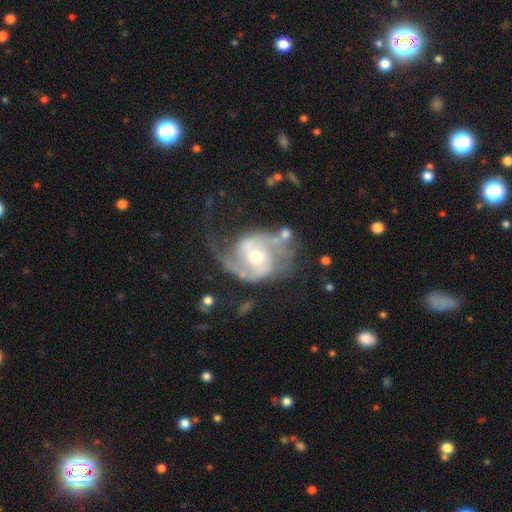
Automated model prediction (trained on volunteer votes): featured or disk 89%, smooth 6%, star or artifact 5%. Down the decision tree: edge-on disk — no (98%); bar — weak (49%); spiral arms — yes (97%); spiral arm count — 2 (86%); spiral winding — medium (52%); bulge size — moderate (58%); merging — none (52%).